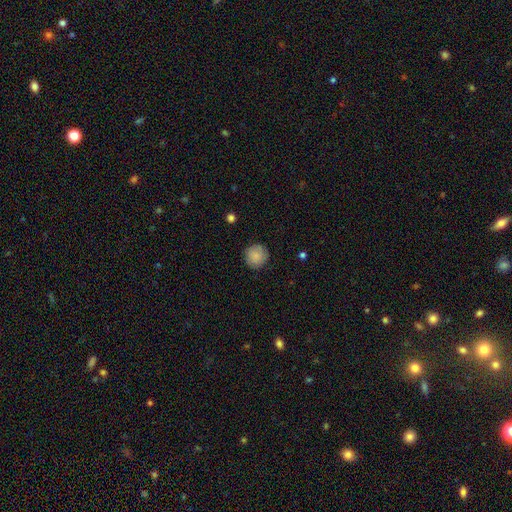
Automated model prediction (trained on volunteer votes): This is clearly a smooth galaxy (86%). How rounded: clearly round (93%). Merging: clearly none (86%).